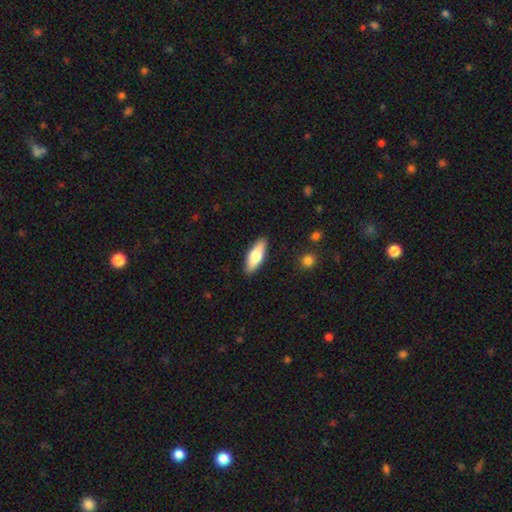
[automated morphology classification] Smooth or featured?
  - smooth: 68% *
  - featured or disk: 26%
  - star or artifact: 6%
How rounded?
  - in between: 60% *
  - cigar-shaped: 37%
  - round: 2%
Merging?
  - none: 89% *
  - minor disturbance: 8%
  - major disturbance: 2%
  - merger: 1%